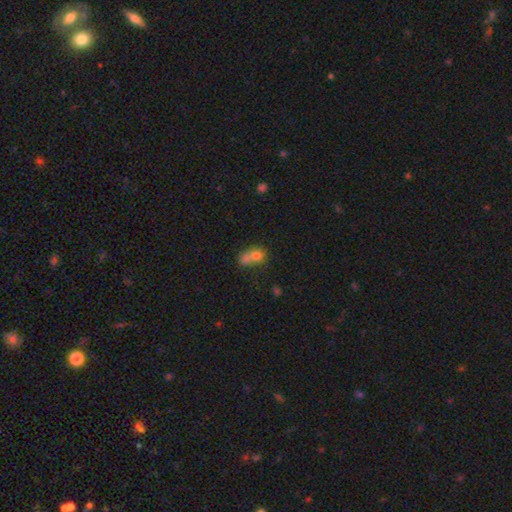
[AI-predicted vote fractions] This is likely a smooth galaxy (71%). How rounded: possibly in between (57%). Merging: possibly merger (55%).